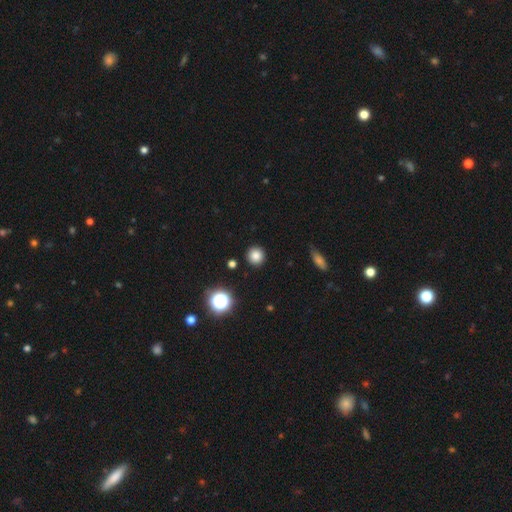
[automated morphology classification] A smooth galaxy with no disk features (82%) that is round (93%). Merging: none (91%).